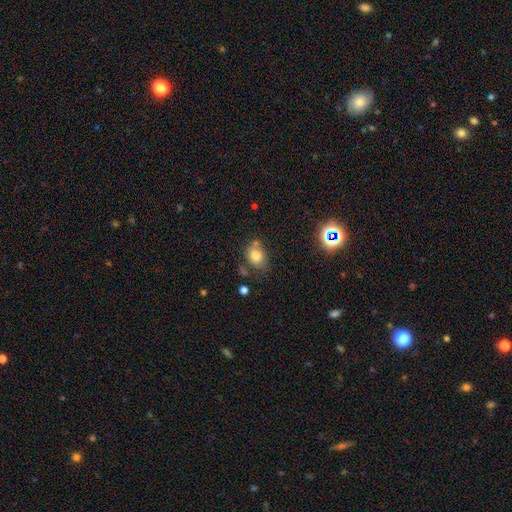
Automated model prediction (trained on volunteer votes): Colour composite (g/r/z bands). It shows a smooth galaxy with no disk features (79%) that is in between round and cigar-shaped (56%). Merging: none (62%).